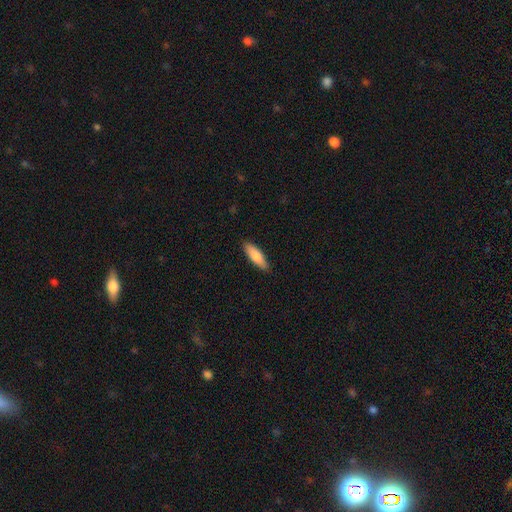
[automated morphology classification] smooth 81%, featured or disk 13%, star or artifact 5%. Down the decision tree: how rounded — cigar-shaped (53%); merging — none (88%).